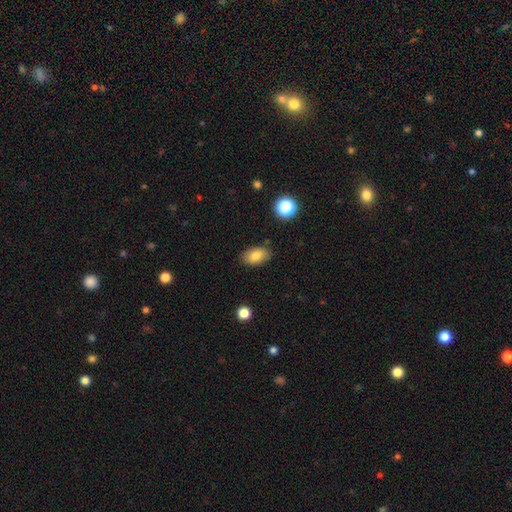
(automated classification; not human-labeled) This is clearly a smooth galaxy (80%). How rounded: clearly in between (91%). Merging: clearly none (85%).